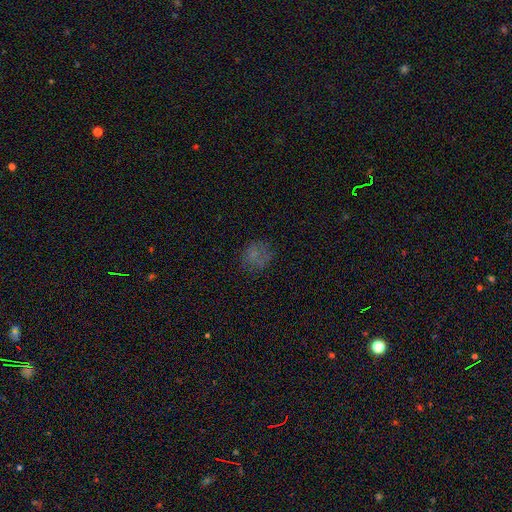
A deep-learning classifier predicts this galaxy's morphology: Q: Smooth or featured?
A: smooth (62%); runner-up: star or artifact (21%)
Q: How rounded?
A: round (73%); runner-up: in between (26%)
Q: Merging?
A: none (68%); runner-up: minor disturbance (20%)